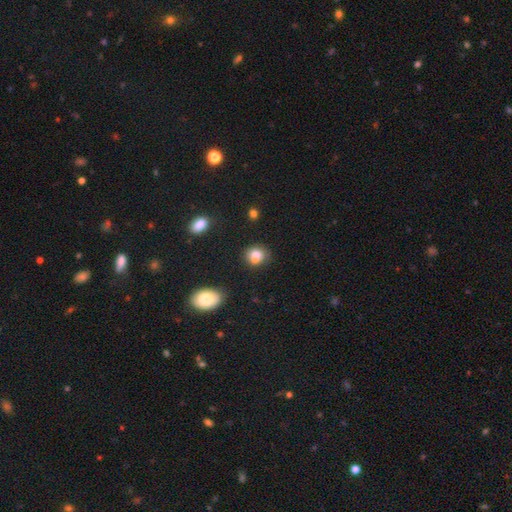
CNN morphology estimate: A smooth galaxy with no disk features (78%) that is round (66%).

Vote fractions:
- Smooth or featured? smooth: 78% / star or artifact: 11% / featured or disk: 11%
- How rounded? round: 66% / in between: 33% / cigar-shaped: 1%
- Merging? none: 51% / merger: 25% / minor disturbance: 18% / major disturbance: 6%